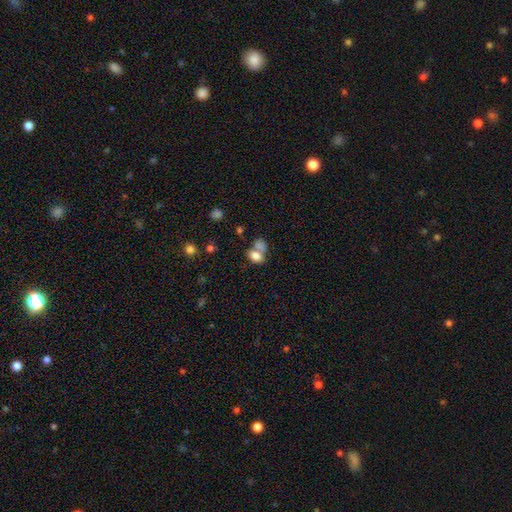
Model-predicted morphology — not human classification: smooth_or_featured: smooth (p=0.77) [alt: featured or disk p=0.12]
how_rounded: in between (p=0.78) [alt: round p=0.20]
merging: merger (p=0.52) [alt: none p=0.30]